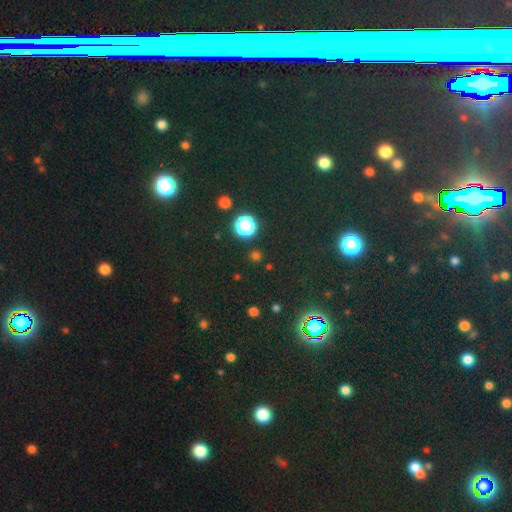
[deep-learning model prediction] Smooth or featured? Predicted: star or artifact (p=0.65).